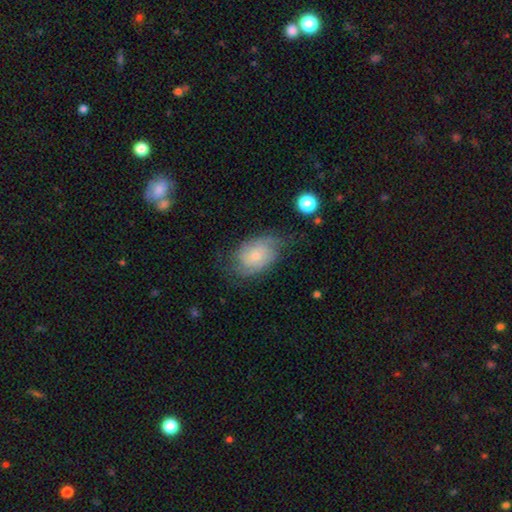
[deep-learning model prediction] Smooth or featured? featured or disk (55%)
Edge-on disk? no (96%)
Bar? no (75%)
Spiral arms? yes (84%)
Bulge size? small (63%)
Merging? none (56%)